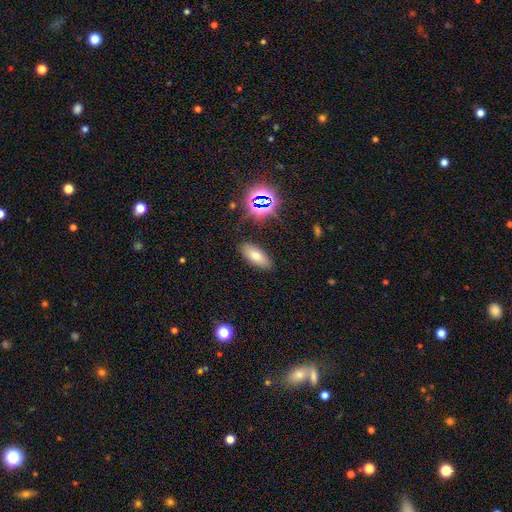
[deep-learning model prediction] Smooth or featured? smooth (68%)
How rounded? in between (80%)
Merging? none (86%)